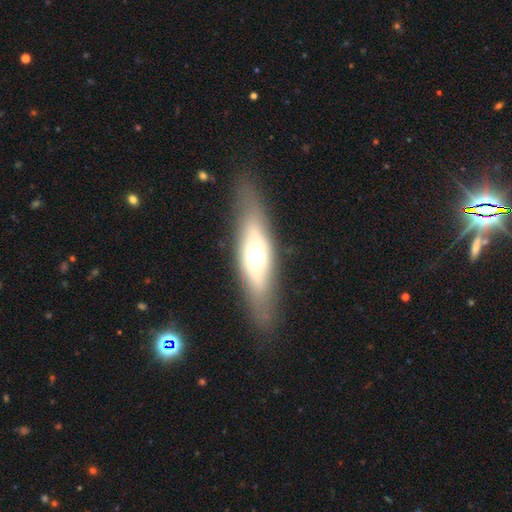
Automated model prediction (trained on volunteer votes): Smooth or featured? featured or disk (53%)
Edge-on disk? yes (56%)
Merging? none (80%)